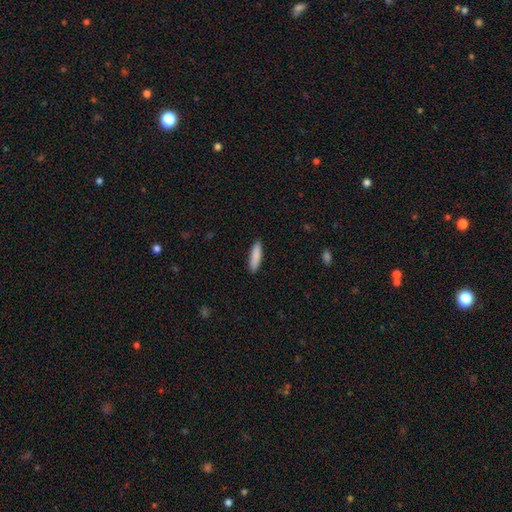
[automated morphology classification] smooth 87%, featured or disk 7%, star or artifact 6%. Down the decision tree: how rounded — cigar-shaped (73%); merging — none (90%).